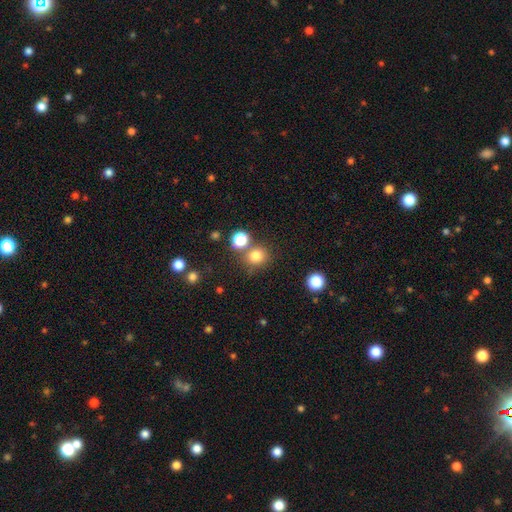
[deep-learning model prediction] This appears to be a smooth galaxy with no disk features (78%) that is round (86%). Merging: none (71%).